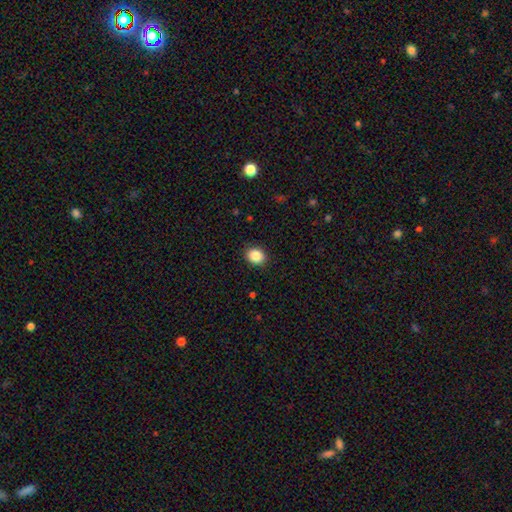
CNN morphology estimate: This is clearly a smooth galaxy (87%). How rounded: possibly round (56%). Merging: clearly none (90%).